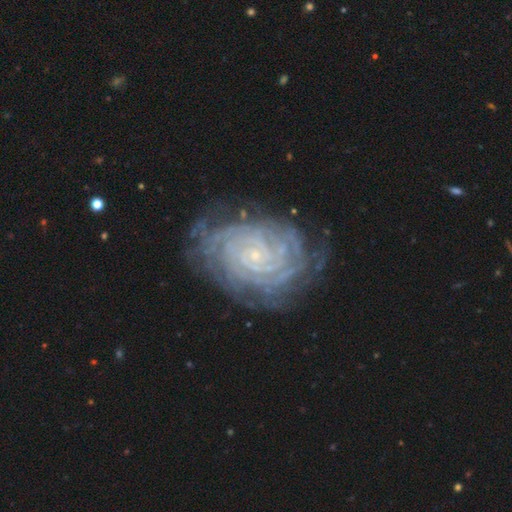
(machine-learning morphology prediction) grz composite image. It shows a featured or disk galaxy (89%) with no bar (76%), tight (87%) spiral arms (98%) and a small central bulge (89%). Merging: none (76%).